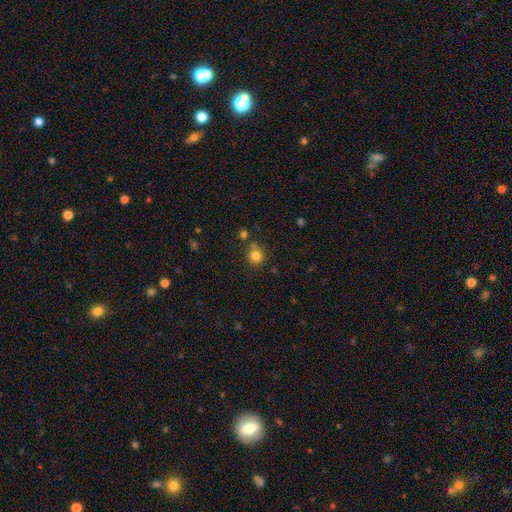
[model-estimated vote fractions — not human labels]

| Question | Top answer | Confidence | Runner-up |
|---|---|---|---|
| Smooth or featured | smooth | 81% | star or artifact (12%) |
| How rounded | round | 88% | in between (11%) |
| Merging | none | 71% | minor disturbance (15%) |